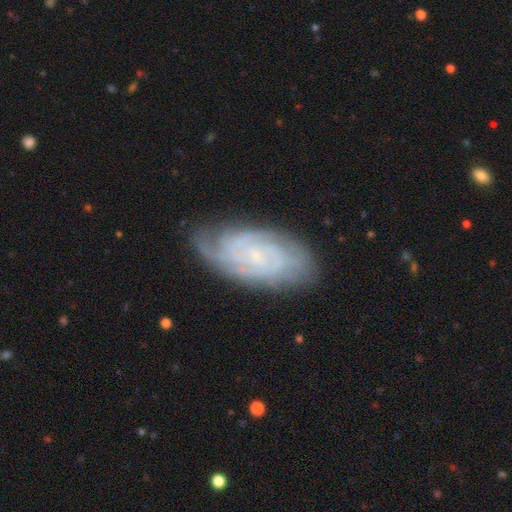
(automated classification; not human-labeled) A featured or disk galaxy (82%) with no bar (61%), tight (73%) spiral arms (97%) and a small central bulge (70%).

Vote fractions:
- Smooth or featured? featured or disk: 82% / smooth: 11% / star or artifact: 7%
- Edge-on disk? no: 95% / yes: 5%
- Bar? no: 61% / weak: 32% / strong: 7%
- Spiral arms? yes: 97% / no: 3%
- Spiral winding? tight: 73% / medium: 23% / loose: 4%
- Spiral arm count? can't tell: 31% / 2: 22% / 3: 20% / 4: 15% / more than 4: 7% / 1: 6%
- Bulge size? small: 70% / none: 17% / moderate: 11% / large: 1% / dominant: 1%
- Merging? none: 75% / minor disturbance: 19% / major disturbance: 5% / merger: 2%